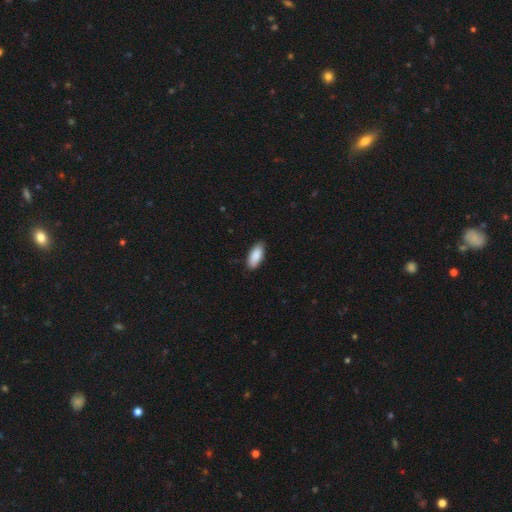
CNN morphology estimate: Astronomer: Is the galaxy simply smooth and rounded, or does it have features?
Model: smooth — 90%.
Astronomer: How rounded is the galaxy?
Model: in between — 86%.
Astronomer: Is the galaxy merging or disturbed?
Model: none — 86%.